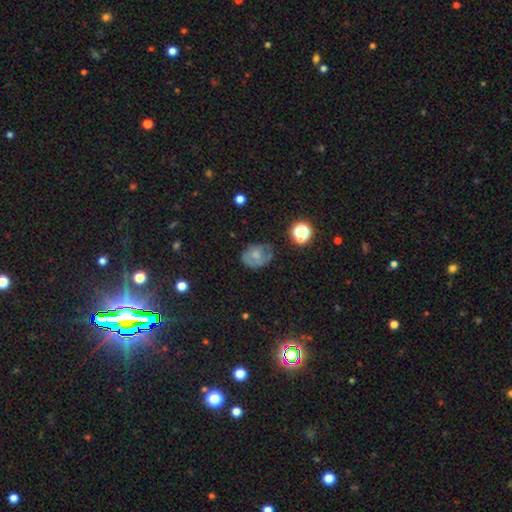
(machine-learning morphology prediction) A smooth galaxy with no disk features (50%). Merging: none (50%).